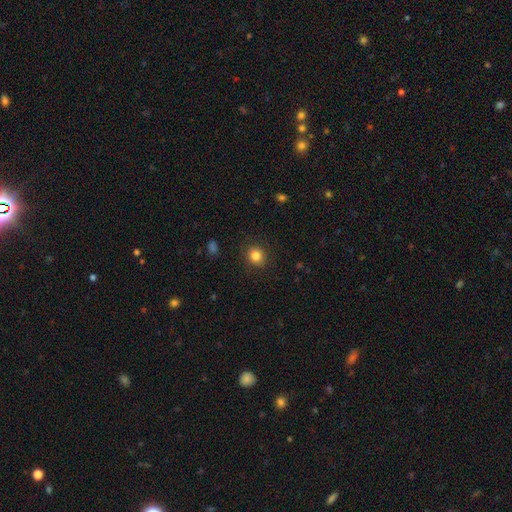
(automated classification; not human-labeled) Smooth or featured?
  - smooth: 83% *
  - star or artifact: 11%
  - featured or disk: 6%
How rounded?
  - round: 76% *
  - in between: 23%
  - cigar-shaped: 1%
Merging?
  - none: 88% *
  - minor disturbance: 9%
  - major disturbance: 3%
  - merger: 1%